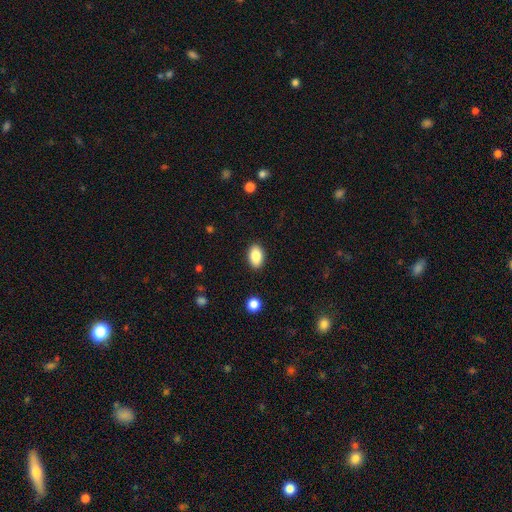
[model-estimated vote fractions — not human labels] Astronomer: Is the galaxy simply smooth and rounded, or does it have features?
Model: smooth — 86%.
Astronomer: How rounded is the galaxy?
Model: in between — 90%.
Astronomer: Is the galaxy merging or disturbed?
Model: none — 89%.